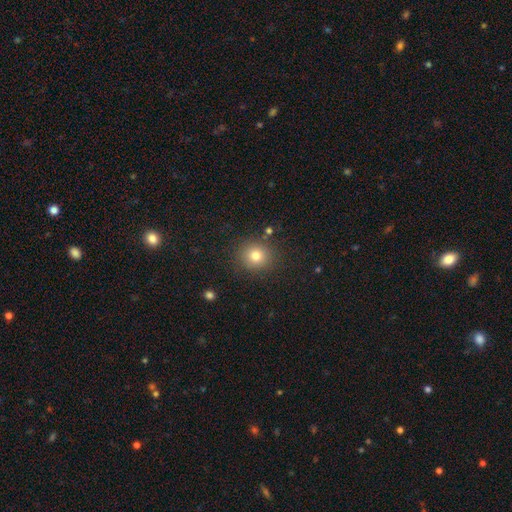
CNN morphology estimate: Q: Smooth or featured?
A: smooth (79%); runner-up: star or artifact (13%)
Q: How rounded?
A: round (88%); runner-up: in between (11%)
Q: Merging?
A: none (87%); runner-up: minor disturbance (8%)